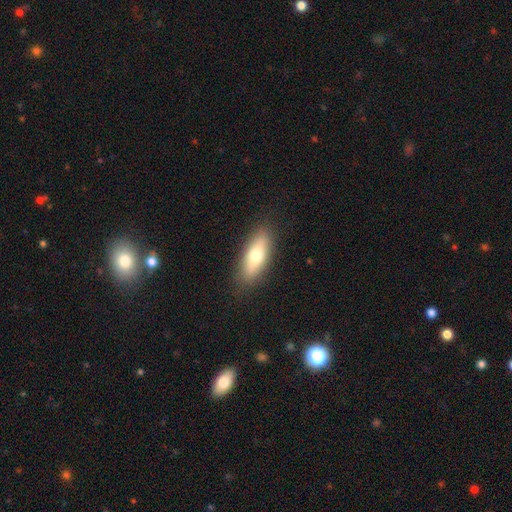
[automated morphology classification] Q: Smooth or featured?
A: smooth (68%); runner-up: featured or disk (25%)
Q: How rounded?
A: in between (60%); runner-up: cigar-shaped (37%)
Q: Merging?
A: none (88%); runner-up: minor disturbance (9%)